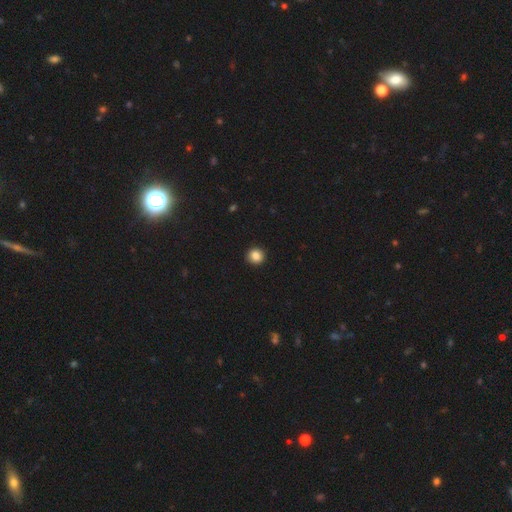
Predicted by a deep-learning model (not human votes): smooth-or-featured: smooth: 86% | star or artifact: 10% | featured or disk: 4%
  how-rounded: round: 92% | in between: 7% | cigar-shaped: 1%
  merging: none: 93% | minor disturbance: 5% | major disturbance: 1% | merger: 1%